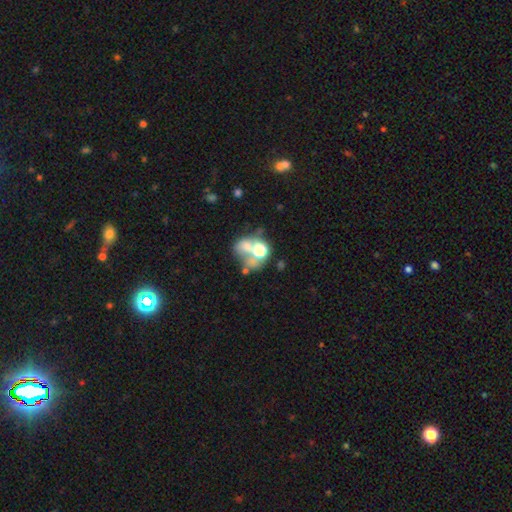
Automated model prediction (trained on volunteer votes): smooth_or_featured: smooth (p=0.50) [alt: featured or disk p=0.28]
how_rounded: round (p=0.55) [alt: in between p=0.44]
merging: merger (p=0.48) [alt: none p=0.26]